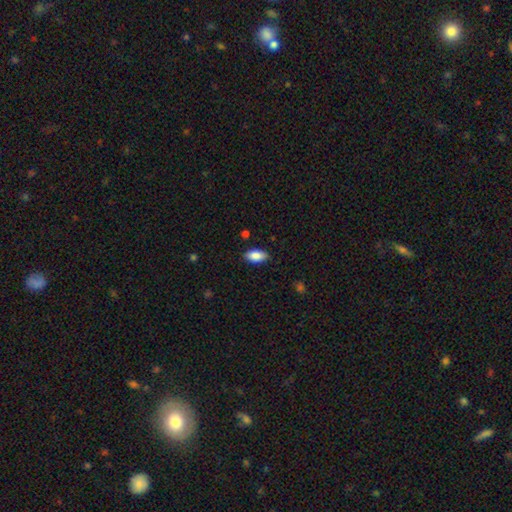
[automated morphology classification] Q: Smooth or featured?
A: smooth (87%); runner-up: star or artifact (7%)
Q: How rounded?
A: in between (93%); runner-up: cigar-shaped (4%)
Q: Merging?
A: none (86%); runner-up: minor disturbance (10%)